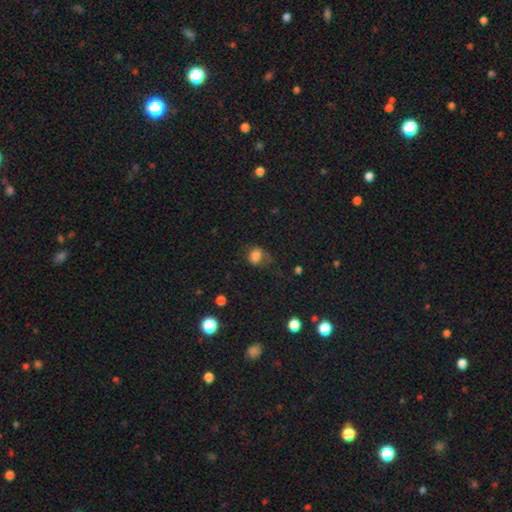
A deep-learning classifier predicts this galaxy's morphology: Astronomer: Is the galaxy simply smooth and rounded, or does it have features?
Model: smooth — 79%.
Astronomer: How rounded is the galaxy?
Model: round — 54% (runner-up: in between, 45%).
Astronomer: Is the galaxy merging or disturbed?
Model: none — 49% (runner-up: minor disturbance, 27%).